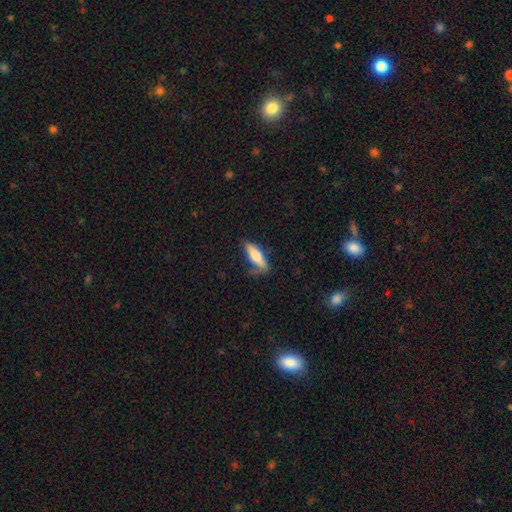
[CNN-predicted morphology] Overall: smooth (63%; featured or disk 31%). How rounded: cigar-shaped (56%; in between 42%). Merging: none (57%; minor disturbance 28%).